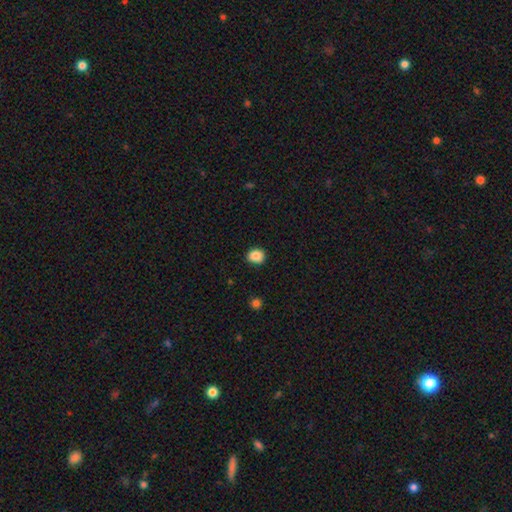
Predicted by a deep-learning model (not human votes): Smooth or featured: smooth — 86% (star or artifact — 9%)
How rounded: round — 73% (in between — 26%)
Merging: none — 86% (minor disturbance — 11%)